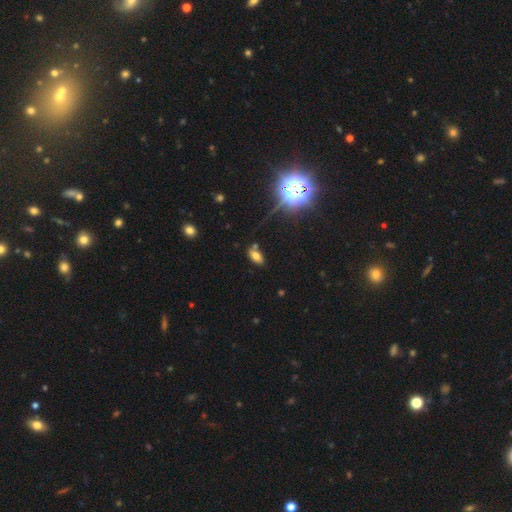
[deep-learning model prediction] A smooth galaxy with no disk features (68%) that is in between round and cigar-shaped (90%).

Vote fractions:
- Smooth or featured? smooth: 68% / star or artifact: 19% / featured or disk: 12%
- How rounded? in between: 90% / round: 5% / cigar-shaped: 5%
- Merging? none: 71% / minor disturbance: 15% / merger: 10% / major disturbance: 4%